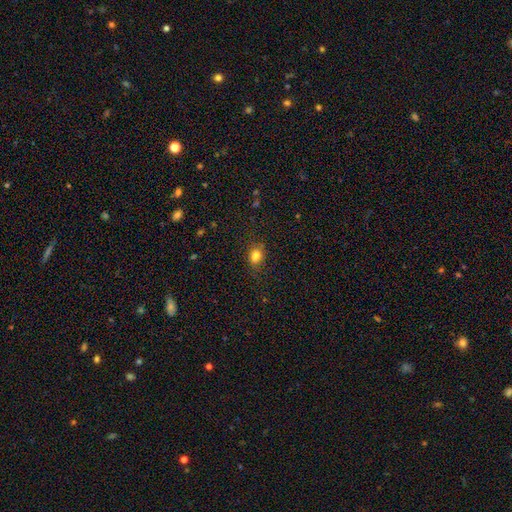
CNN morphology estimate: type=smooth (79%); roundness=in between (67%); merging=none (72%).